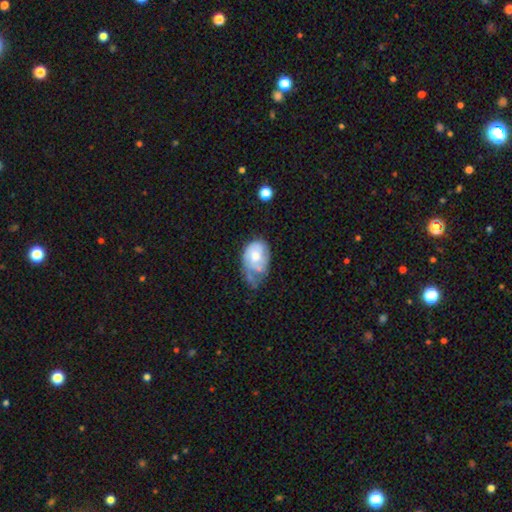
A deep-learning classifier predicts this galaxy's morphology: Smooth or featured? featured or disk (55%)
Edge-on disk? no (96%)
Bar? no (75%)
Spiral arms? yes (72%)
Bulge size? moderate (54%)
Merging? minor disturbance (38%)